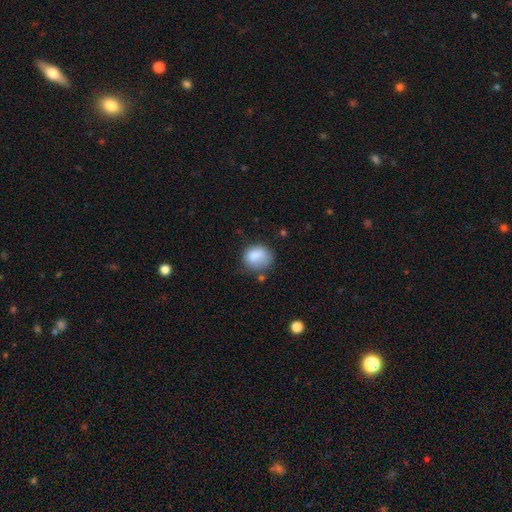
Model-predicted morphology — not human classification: This appears to be a smooth galaxy with no disk features (81%) that is round (63%). Merging: none (53%).